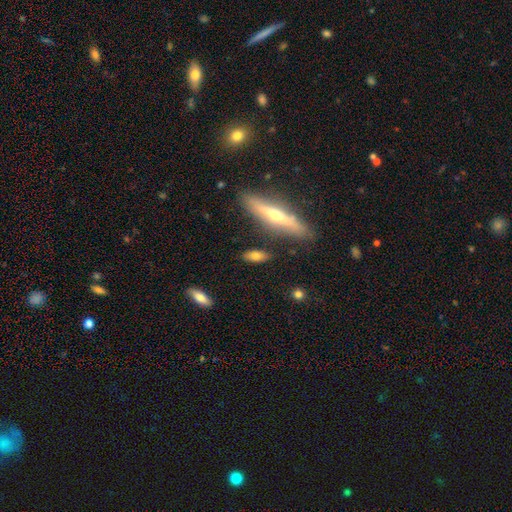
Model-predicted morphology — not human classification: This appears to be a smooth galaxy with no disk features (68%) that is in between round and cigar-shaped (64%). Merging: none (81%).